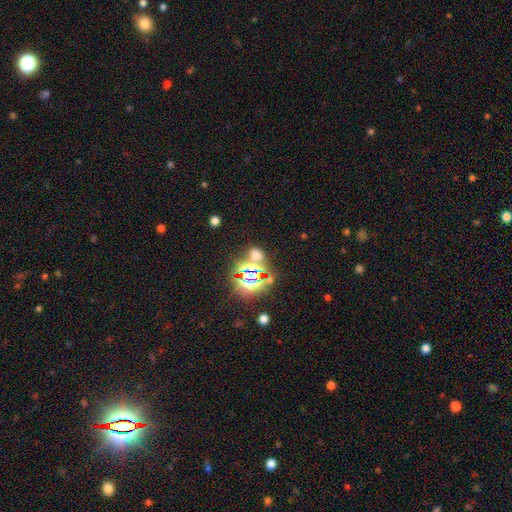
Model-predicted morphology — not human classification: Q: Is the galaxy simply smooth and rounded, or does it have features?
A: star or artifact — 52%.